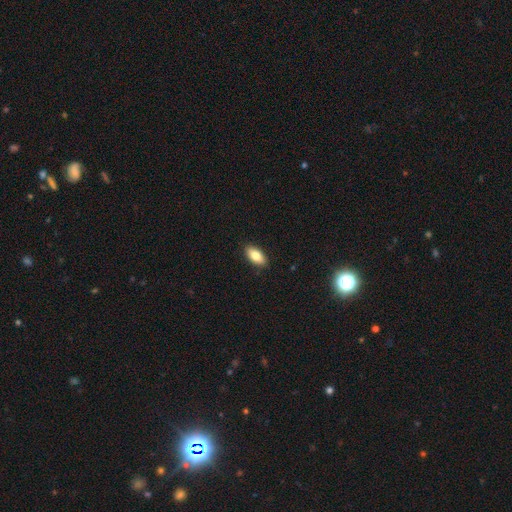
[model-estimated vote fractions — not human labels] Q: Smooth or featured?
A: smooth (83%); runner-up: featured or disk (10%)
Q: How rounded?
A: in between (90%); runner-up: cigar-shaped (6%)
Q: Merging?
A: none (89%); runner-up: minor disturbance (8%)